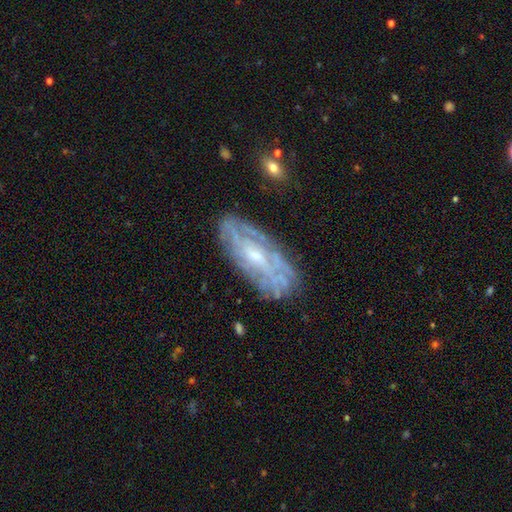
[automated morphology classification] Smooth or featured? featured or disk (73%)
Edge-on disk? no (85%)
Bar? no (60%)
Spiral arms? yes (69%)
Bulge size? small (52%)
Merging? none (75%)